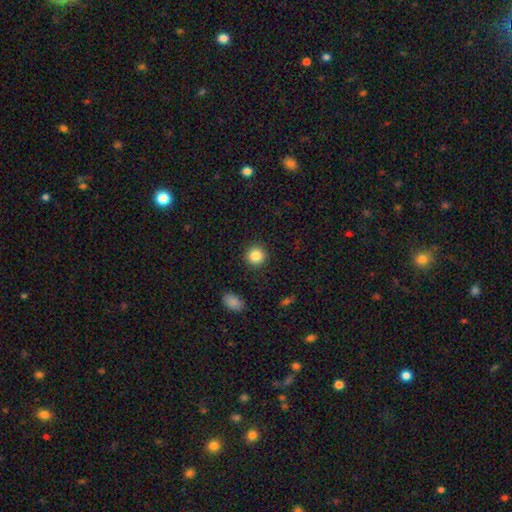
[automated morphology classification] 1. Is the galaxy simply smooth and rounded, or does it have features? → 86% smooth, 10% star or artifact, 5% featured or disk.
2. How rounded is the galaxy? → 93% round, 6% in between, 1% cigar-shaped.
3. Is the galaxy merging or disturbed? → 92% none, 5% minor disturbance, 2% major disturbance, 1% merger.